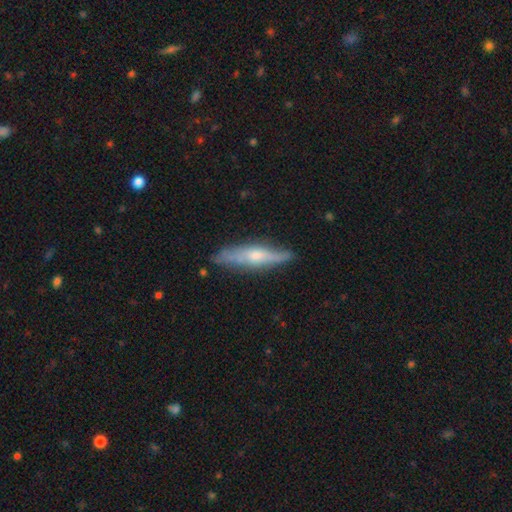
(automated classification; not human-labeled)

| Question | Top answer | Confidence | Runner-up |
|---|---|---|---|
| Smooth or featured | featured or disk | 58% | smooth (37%) |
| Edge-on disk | yes | 83% | no (17%) |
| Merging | none | 77% | minor disturbance (18%) |